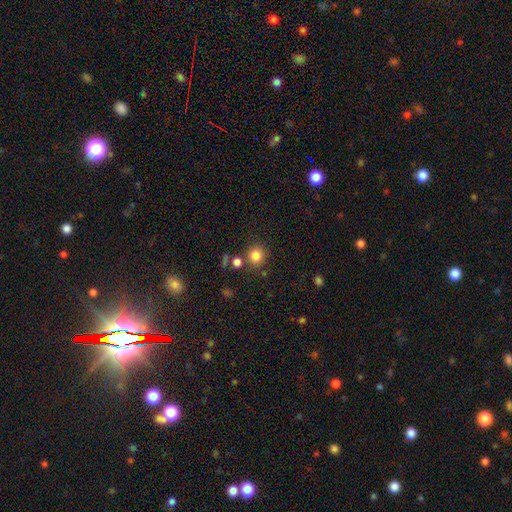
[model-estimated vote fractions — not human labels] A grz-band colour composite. It shows a smooth galaxy with no disk features (83%) that is round (87%). Merging: none (78%).